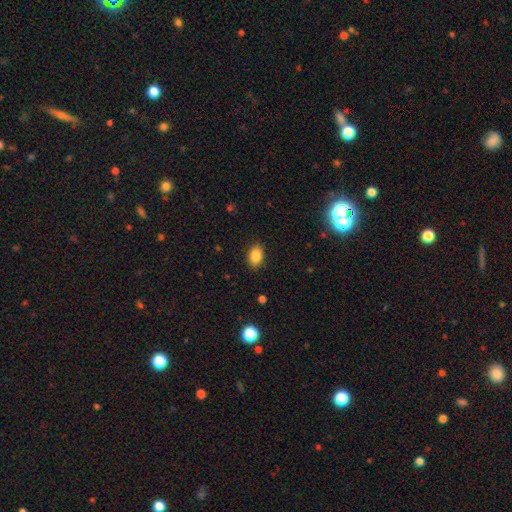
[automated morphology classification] smooth-or-featured: smooth: 86% | star or artifact: 9% | featured or disk: 5%
  how-rounded: in between: 84% | round: 14% | cigar-shaped: 1%
  merging: none: 87% | minor disturbance: 9% | major disturbance: 2% | merger: 1%